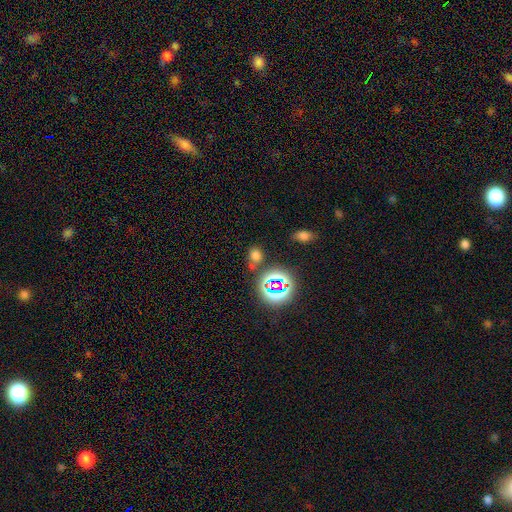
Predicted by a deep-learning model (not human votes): Overall: smooth (62%; star or artifact 31%). How rounded: round (57%; in between 42%). Merging: none (69%).